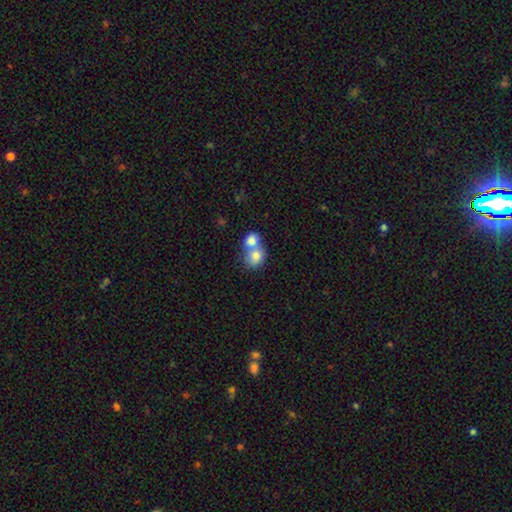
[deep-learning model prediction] Smooth or featured? smooth (78%)
How rounded? round (60%)
Merging? merger (70%)